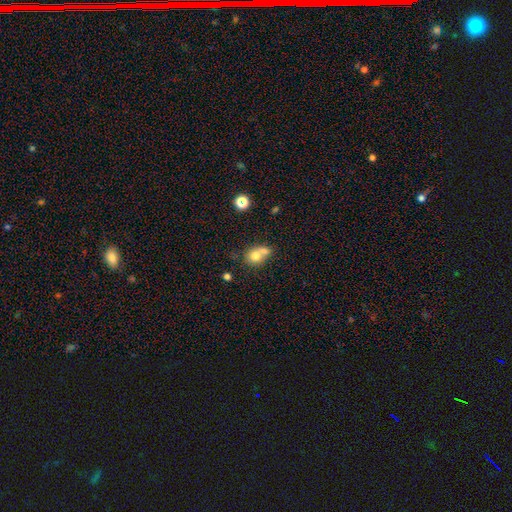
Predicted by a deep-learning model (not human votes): Smooth or featured? Predicted: smooth (p=0.73). How rounded? Predicted: round (p=0.63). Merging? Predicted: merger (p=0.57).